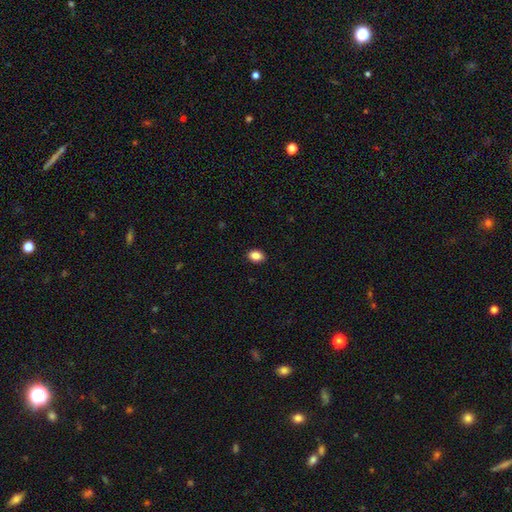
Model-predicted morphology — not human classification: smooth 87%, star or artifact 9%, featured or disk 4%. Down the decision tree: how rounded — in between (72%); merging — none (90%).